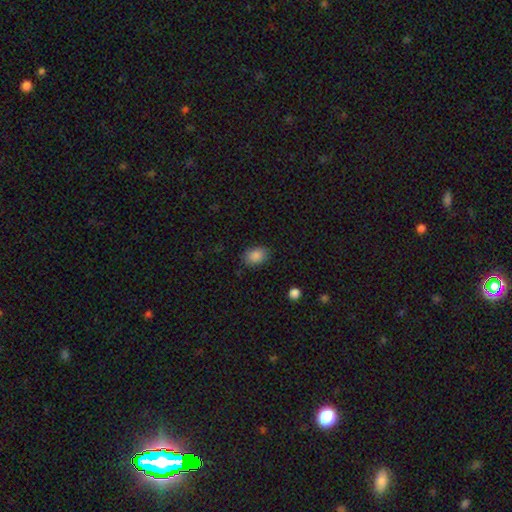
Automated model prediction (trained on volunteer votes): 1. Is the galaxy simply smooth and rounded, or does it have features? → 87% smooth, 9% star or artifact, 4% featured or disk.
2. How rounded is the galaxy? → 77% in between, 22% round, 1% cigar-shaped.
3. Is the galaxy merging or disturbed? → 84% none, 11% minor disturbance, 3% major disturbance, 1% merger.